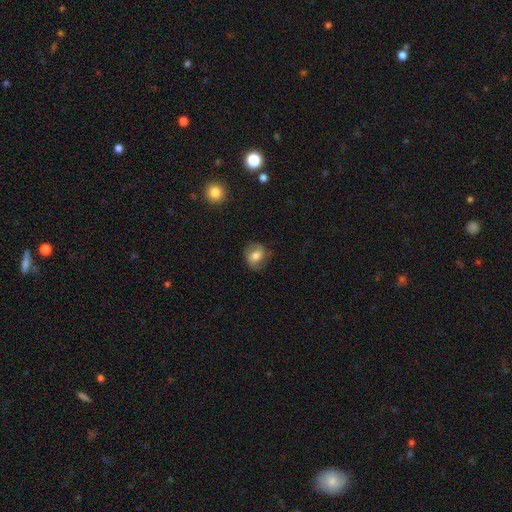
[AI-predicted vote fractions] Q: Smooth or featured?
A: smooth (59%); runner-up: featured or disk (31%)
Q: How rounded?
A: round (59%); runner-up: in between (40%)
Q: Merging?
A: none (75%); runner-up: minor disturbance (18%)